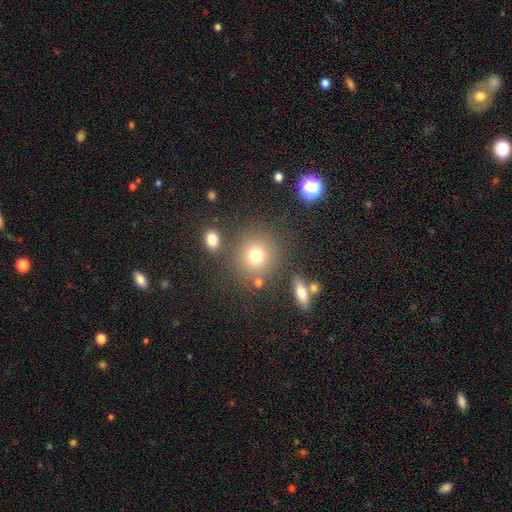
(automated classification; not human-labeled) Smooth or featured? smooth (74%)
How rounded? round (87%)
Merging? none (76%)